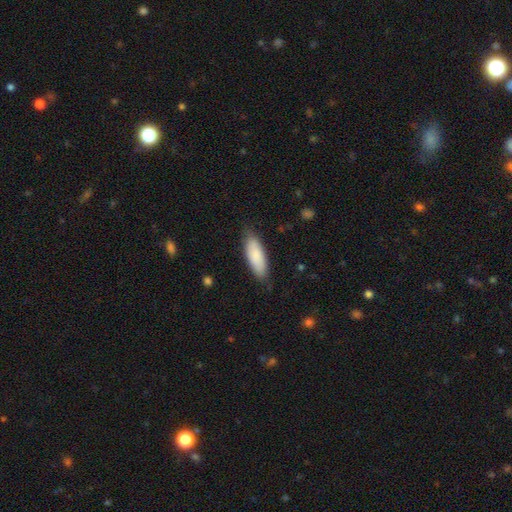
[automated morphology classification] smooth 85%, featured or disk 10%, star or artifact 5%. Down the decision tree: how rounded — in between (69%); merging — none (81%).